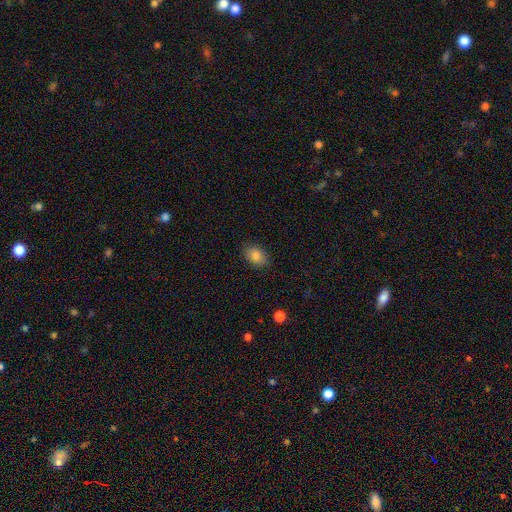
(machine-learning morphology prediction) Smooth or featured? Predicted: smooth (p=0.85). How rounded? Predicted: in between (p=0.81). Merging? Predicted: none (p=0.86).